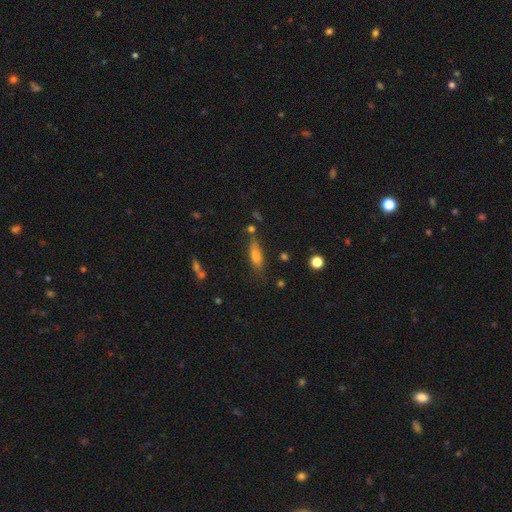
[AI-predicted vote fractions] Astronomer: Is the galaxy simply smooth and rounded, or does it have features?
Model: smooth — 66%.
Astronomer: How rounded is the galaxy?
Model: cigar-shaped — 53% (runner-up: in between, 44%).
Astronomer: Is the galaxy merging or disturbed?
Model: none — 71%.